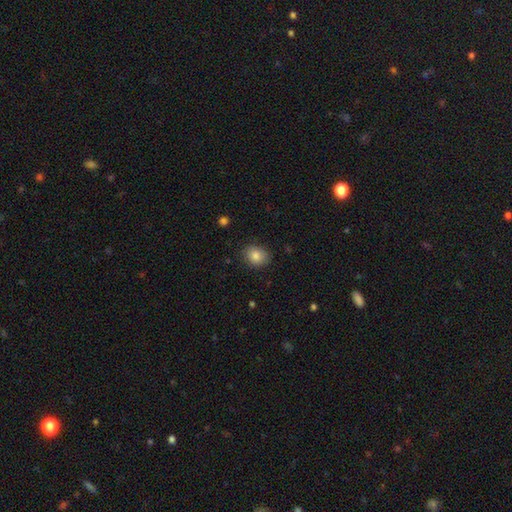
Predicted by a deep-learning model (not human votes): A smooth galaxy with no disk features (85%) that is round (56%). Merging: none (85%).